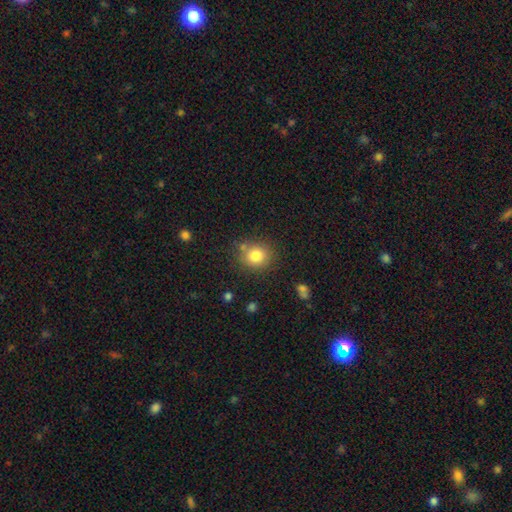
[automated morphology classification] A smooth galaxy with no disk features (81%) that is round (80%). Merging: none (77%).